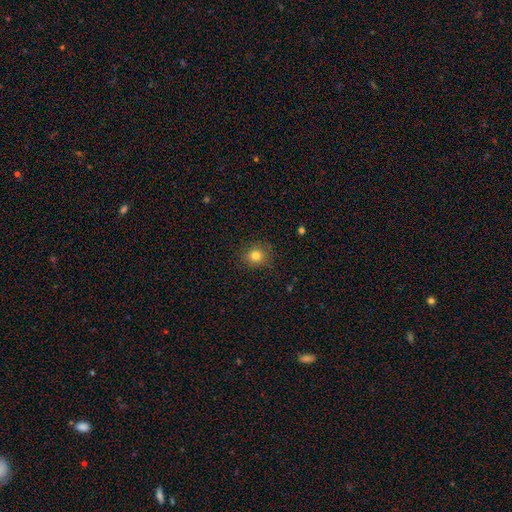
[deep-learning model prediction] Smooth or featured?
  - smooth: 81% *
  - star or artifact: 12%
  - featured or disk: 6%
How rounded?
  - round: 83% *
  - in between: 16%
  - cigar-shaped: 1%
Merging?
  - none: 85% *
  - minor disturbance: 11%
  - major disturbance: 3%
  - merger: 1%